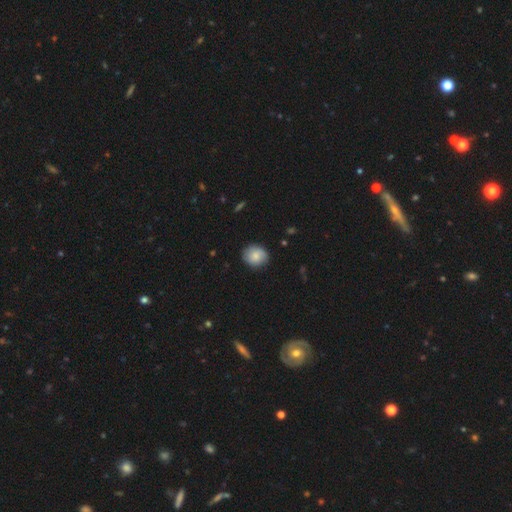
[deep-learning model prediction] A smooth galaxy with no disk features (81%) that is round (73%).

Vote fractions:
- Smooth or featured? smooth: 81% / featured or disk: 12% / star or artifact: 7%
- How rounded? round: 73% / in between: 26% / cigar-shaped: 1%
- Merging? none: 83% / minor disturbance: 13% / major disturbance: 3% / merger: 1%